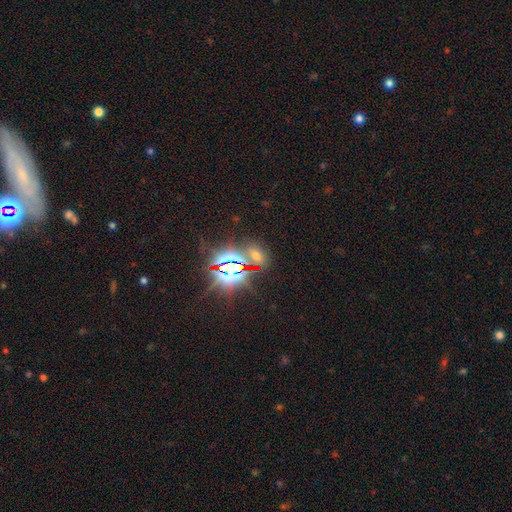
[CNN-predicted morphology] A star or artifact, not a galaxy (82%).